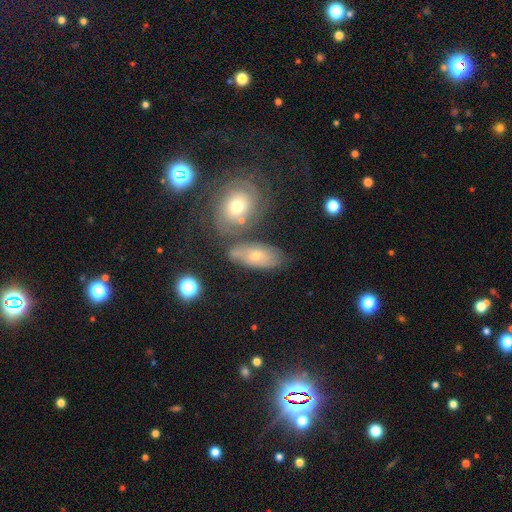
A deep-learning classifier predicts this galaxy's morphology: Smooth or featured? featured or disk (46%)
Merging? none (59%)